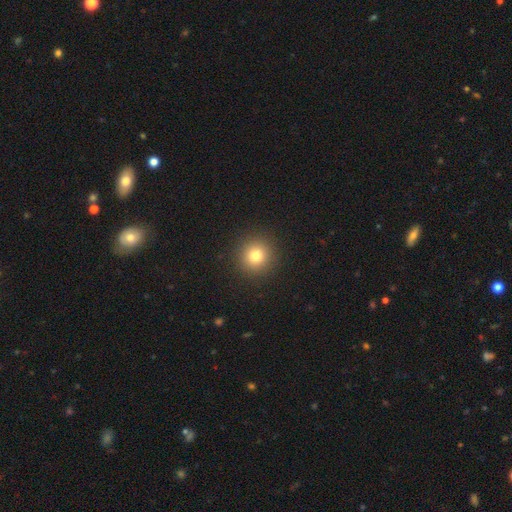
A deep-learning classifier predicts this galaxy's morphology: Smooth or featured?
  - smooth: 79% *
  - star or artifact: 13%
  - featured or disk: 8%
How rounded?
  - round: 94% *
  - in between: 5%
  - cigar-shaped: 1%
Merging?
  - none: 92% *
  - minor disturbance: 5%
  - major disturbance: 2%
  - merger: 1%